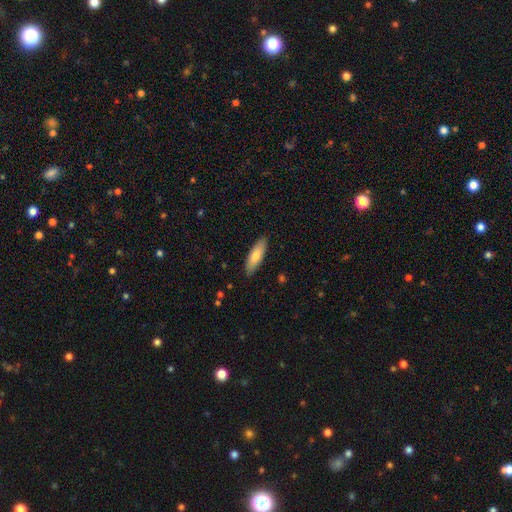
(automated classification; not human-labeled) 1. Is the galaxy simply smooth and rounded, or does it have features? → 76% smooth, 19% featured or disk, 6% star or artifact.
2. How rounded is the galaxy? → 52% in between, 47% cigar-shaped, 2% round.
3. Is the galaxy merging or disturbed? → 88% none, 10% minor disturbance, 2% major disturbance, 1% merger.